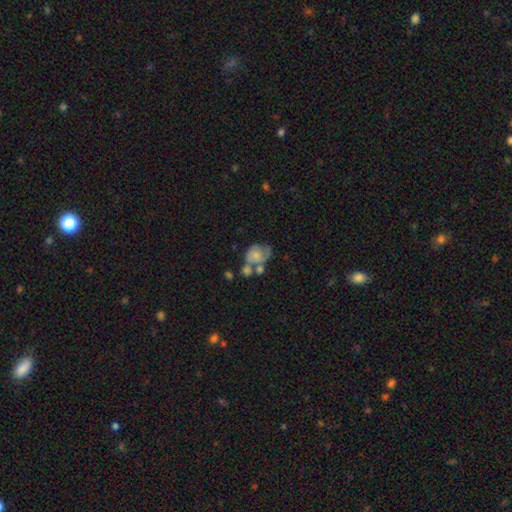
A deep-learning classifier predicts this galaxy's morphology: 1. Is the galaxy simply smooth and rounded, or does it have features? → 52% smooth, 39% featured or disk, 9% star or artifact.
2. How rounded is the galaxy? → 56% in between, 43% round, 1% cigar-shaped.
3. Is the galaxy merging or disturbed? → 36% merger, 25% none, 20% minor disturbance, 20% major disturbance.